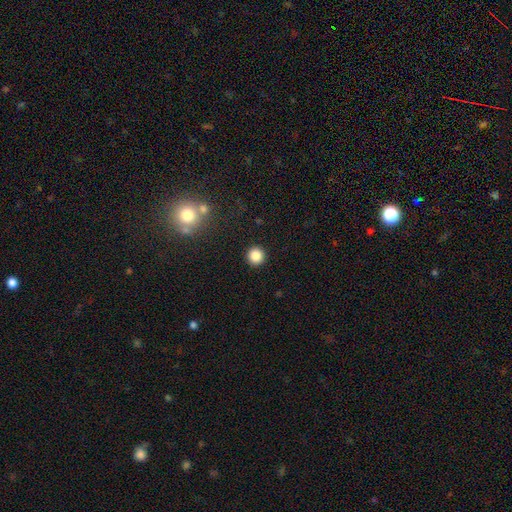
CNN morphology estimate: smooth-or-featured: smooth: 85% | star or artifact: 11% | featured or disk: 4%
  how-rounded: round: 95% | in between: 4% | cigar-shaped: 1%
  merging: none: 93% | minor disturbance: 4% | major disturbance: 2% | merger: 1%